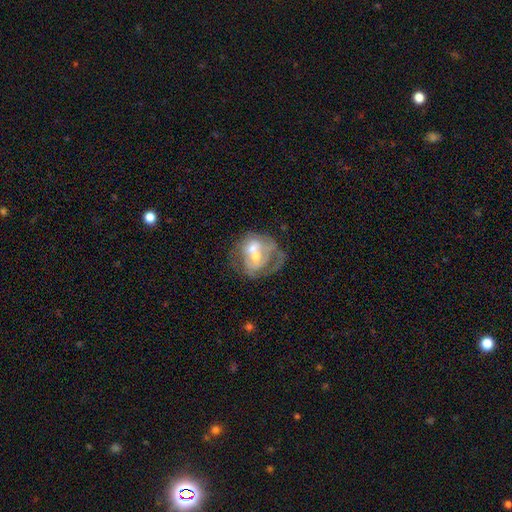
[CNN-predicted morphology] This is likely a featured or disk galaxy (64%). It is clearly not viewed edge-on (97%). Bar: likely no (67%). Spiral arm pattern: possibly no (60%). Central bulge: possibly moderate (59%). Merging: possibly merger (53%).